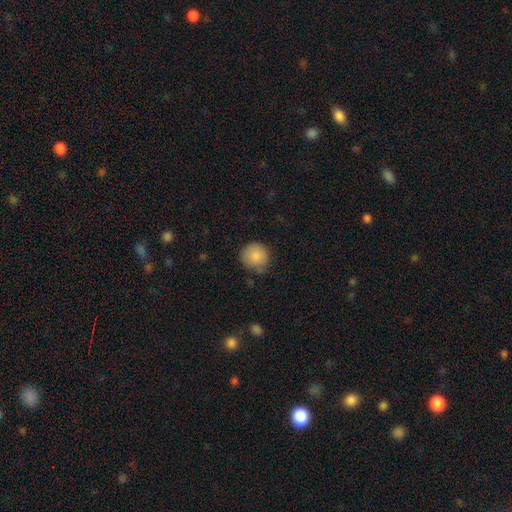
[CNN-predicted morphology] Overall: smooth (86%). How rounded: round (90%). Merging: none (71%).